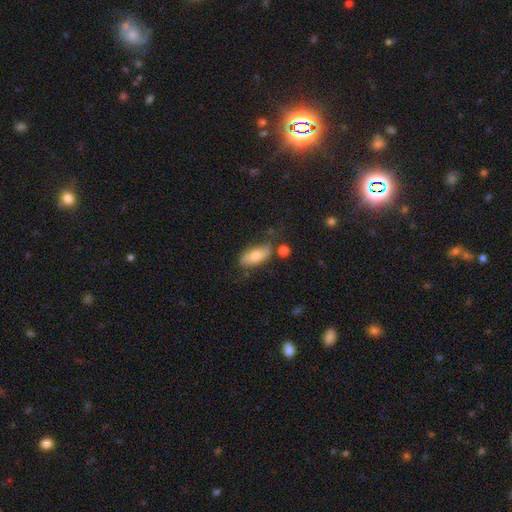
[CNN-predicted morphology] Smooth or featured?
  - smooth: 70% *
  - featured or disk: 23%
  - star or artifact: 7%
How rounded?
  - in between: 81% *
  - cigar-shaped: 16%
  - round: 3%
Merging?
  - none: 66% *
  - minor disturbance: 21%
  - merger: 7%
  - major disturbance: 7%